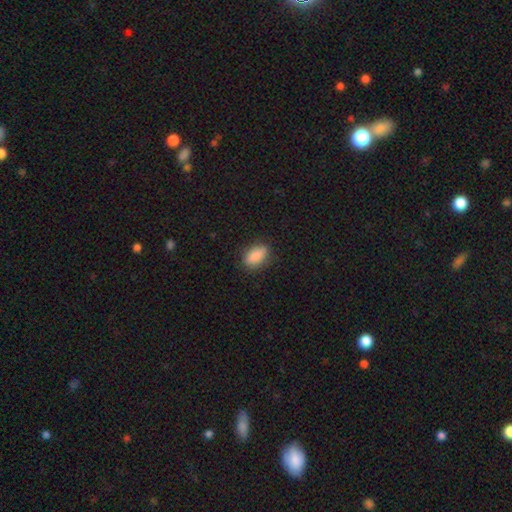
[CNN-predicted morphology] The model was most divided on "merging": none: 82%, minor disturbance: 14%, major disturbance: 3%, merger: 1%. More confident: smooth or featured — smooth (88%); how rounded — in between (87%).